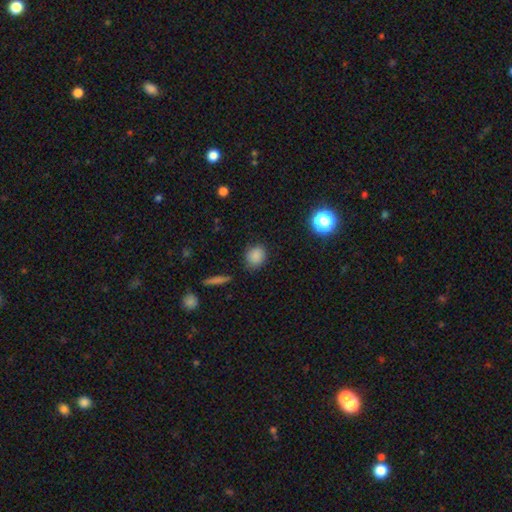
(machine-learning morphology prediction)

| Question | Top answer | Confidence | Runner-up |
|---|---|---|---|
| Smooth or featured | smooth | 83% | star or artifact (12%) |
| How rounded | round | 68% | in between (30%) |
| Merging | none | 82% | minor disturbance (13%) |